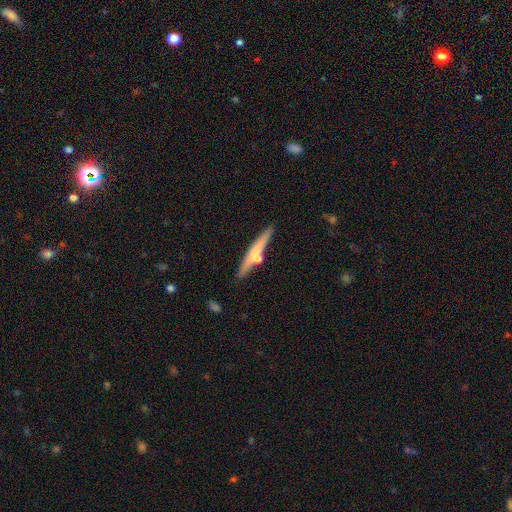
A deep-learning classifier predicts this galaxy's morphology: type=featured or disk (48%); merging=none (74%).